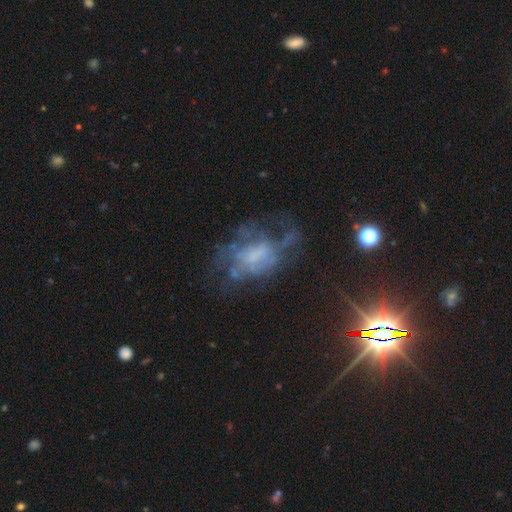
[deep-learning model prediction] Smooth or featured?
  - featured or disk: 63% *
  - star or artifact: 20%
  - smooth: 17%
Edge-on disk?
  - no: 96% *
  - yes: 4%
Bar?
  - no: 68% *
  - weak: 26%
  - strong: 7%
Spiral arms?
  - yes: 54% *
  - no: 46%
Bulge size?
  - none: 49% *
  - small: 22%
  - moderate: 20%
  - large: 7%
  - dominant: 2%
Merging?
  - none: 42% *
  - major disturbance: 33%
  - minor disturbance: 20%
  - merger: 4%